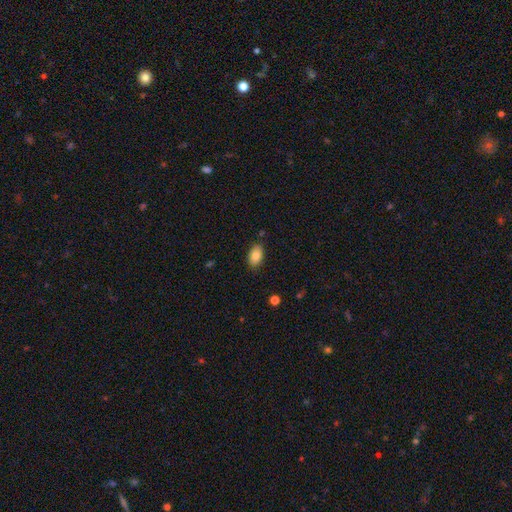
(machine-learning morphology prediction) Overall: smooth (84%). How rounded: in between (92%). Merging: none (84%).